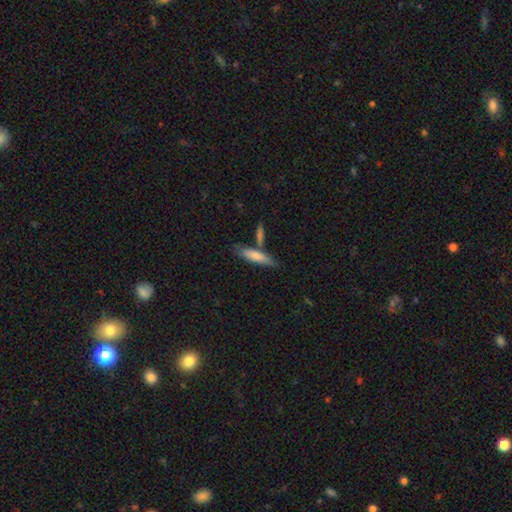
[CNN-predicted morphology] Q: Smooth or featured?
A: smooth (72%); runner-up: featured or disk (23%)
Q: How rounded?
A: cigar-shaped (68%); runner-up: in between (30%)
Q: Merging?
A: none (63%); runner-up: merger (18%)